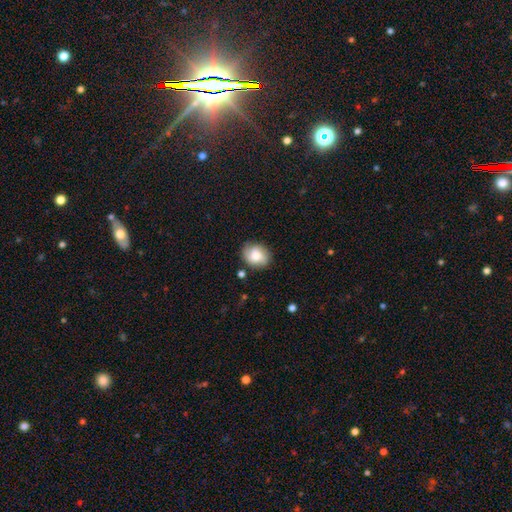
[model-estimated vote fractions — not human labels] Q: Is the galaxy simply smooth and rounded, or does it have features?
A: smooth — 65%.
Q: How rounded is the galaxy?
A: round — 52%.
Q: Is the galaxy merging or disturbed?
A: none — 77%.